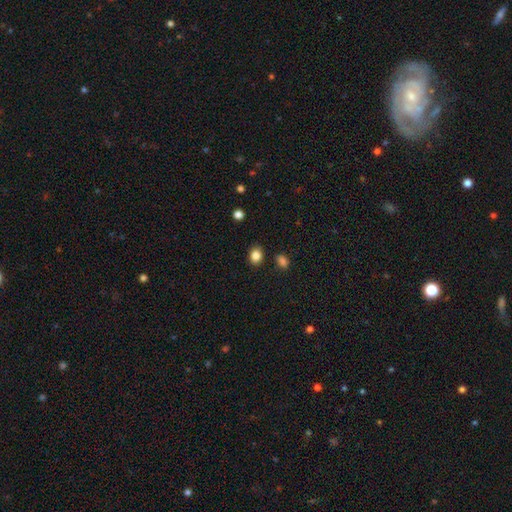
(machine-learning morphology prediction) A smooth galaxy with no disk features (85%) that is in between round and cigar-shaped (52%).

Vote fractions:
- Smooth or featured? smooth: 85% / star or artifact: 10% / featured or disk: 5%
- How rounded? in between: 52% / round: 47% / cigar-shaped: 1%
- Merging? none: 85% / minor disturbance: 9% / merger: 3% / major disturbance: 2%